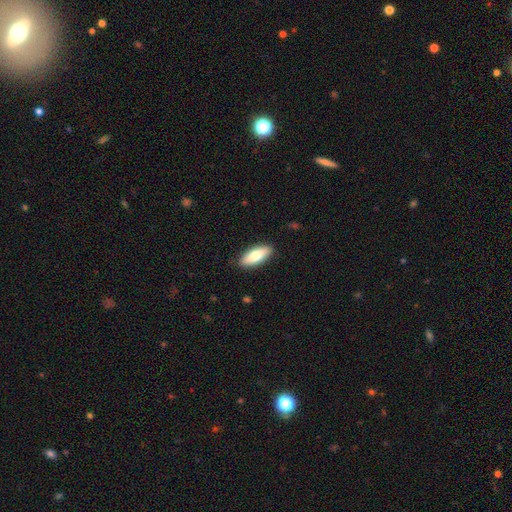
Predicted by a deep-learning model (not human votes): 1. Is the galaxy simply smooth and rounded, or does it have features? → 77% smooth, 18% featured or disk, 6% star or artifact.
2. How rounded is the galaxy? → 77% in between, 21% cigar-shaped, 2% round.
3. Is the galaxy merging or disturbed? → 88% none, 10% minor disturbance, 2% major disturbance, 1% merger.